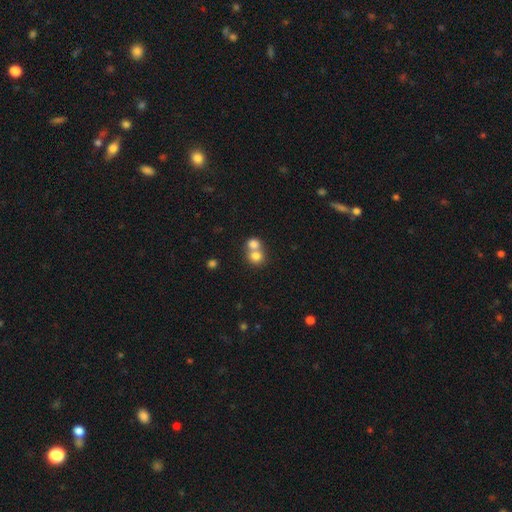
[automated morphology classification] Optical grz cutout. It shows a smooth galaxy with no disk features (77%) that is round (81%). Merging: merger (61%).